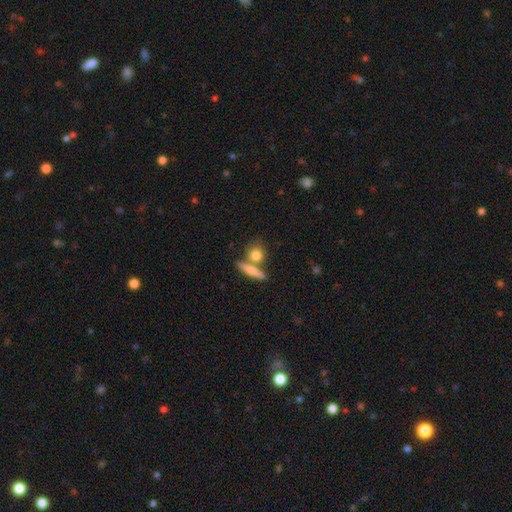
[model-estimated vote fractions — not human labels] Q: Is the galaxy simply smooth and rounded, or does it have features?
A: smooth — 75%.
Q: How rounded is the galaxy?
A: round — 66%.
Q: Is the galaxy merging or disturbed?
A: none — 60%.